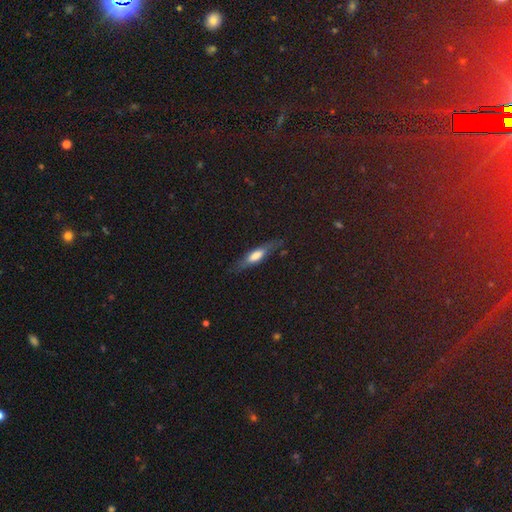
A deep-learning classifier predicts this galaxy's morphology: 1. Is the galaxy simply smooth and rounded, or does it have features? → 56% smooth, 35% featured or disk, 9% star or artifact.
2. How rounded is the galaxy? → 65% cigar-shaped, 32% in between, 2% round.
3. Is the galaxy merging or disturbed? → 77% none, 17% minor disturbance, 5% major disturbance, 2% merger.